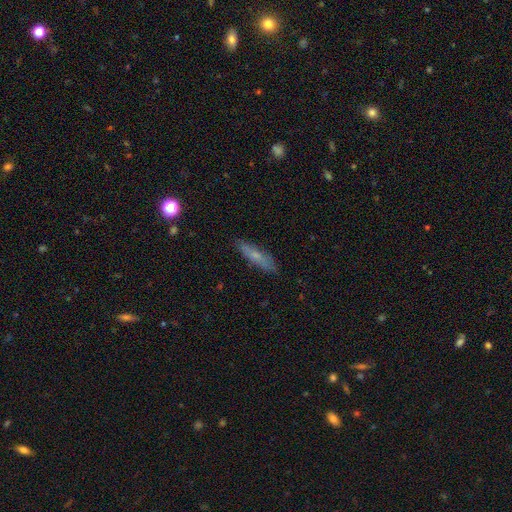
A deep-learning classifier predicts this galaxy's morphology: This appears to be a smooth galaxy with no disk features (61%) that is cigar-shaped (77%). Merging: none (84%).